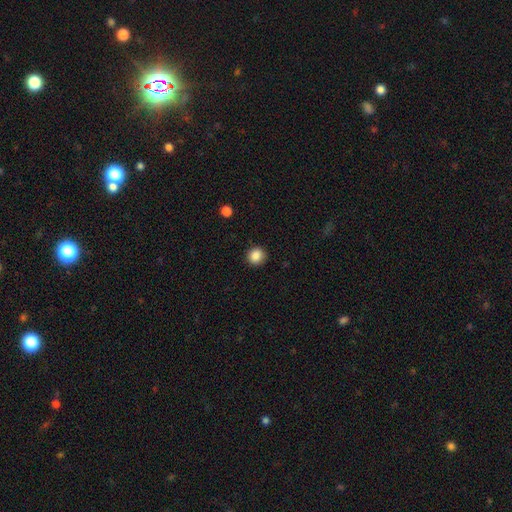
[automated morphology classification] smooth-or-featured: smooth: 86% | star or artifact: 10% | featured or disk: 4%
  how-rounded: round: 91% | in between: 8% | cigar-shaped: 1%
  merging: none: 91% | minor disturbance: 6% | major disturbance: 2% | merger: 1%